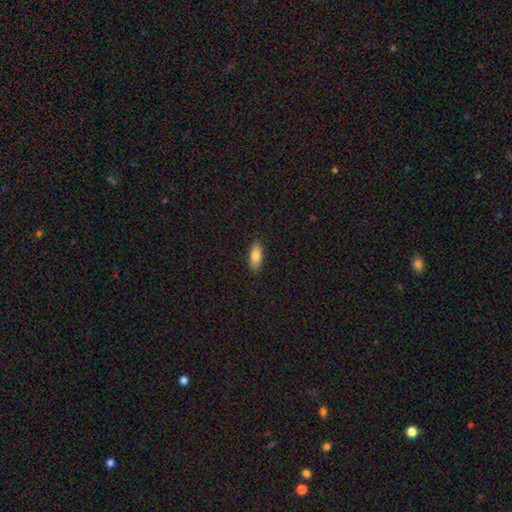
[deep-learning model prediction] Morphology: type=smooth (82%); roundness=in between (79%); merging=none (88%).